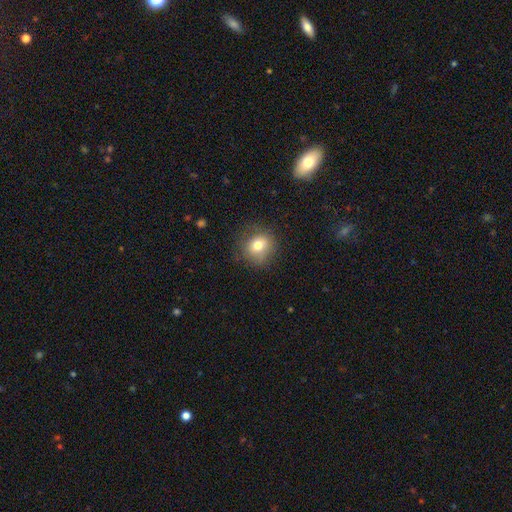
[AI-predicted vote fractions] Smooth or featured? Predicted: smooth (p=0.62). How rounded? Predicted: round (p=0.89). Merging? Predicted: none (p=0.89).